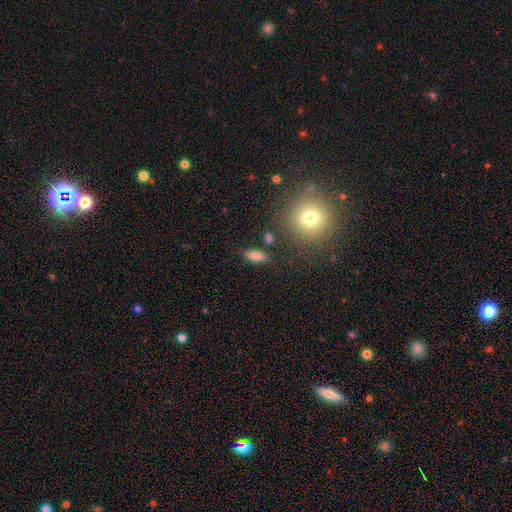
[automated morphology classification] smooth-or-featured: smooth: 81% | star or artifact: 10% | featured or disk: 9%
  how-rounded: in between: 80% | cigar-shaped: 15% | round: 5%
  merging: none: 80% | minor disturbance: 11% | merger: 5% | major disturbance: 4%